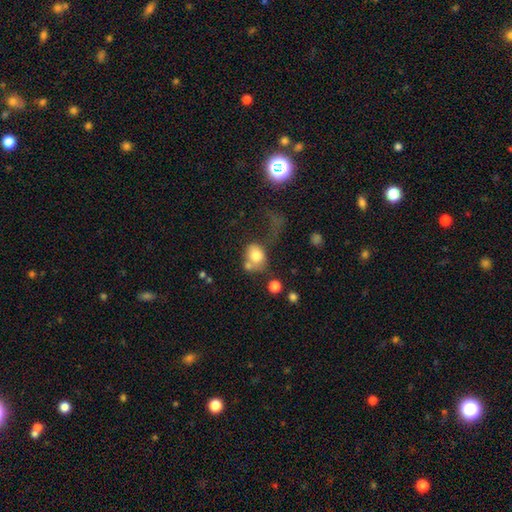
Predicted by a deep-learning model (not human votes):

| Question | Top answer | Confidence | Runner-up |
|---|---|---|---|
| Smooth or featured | smooth | 75% | featured or disk (15%) |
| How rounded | round | 52% | in between (47%) |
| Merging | merger | 30% | tied: none (30%) |